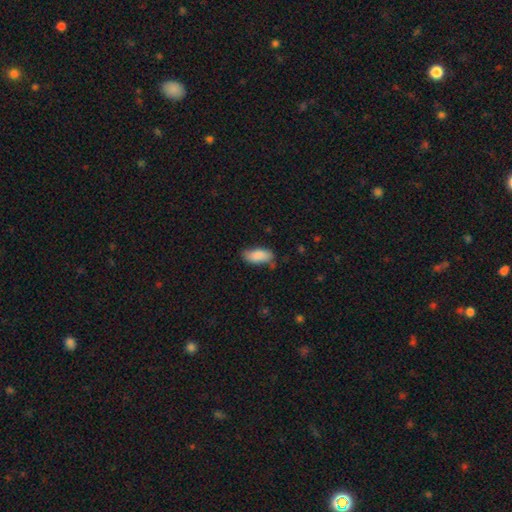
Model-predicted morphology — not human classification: This is clearly a smooth galaxy (87%). How rounded: clearly in between (88%). Merging: likely none (71%).